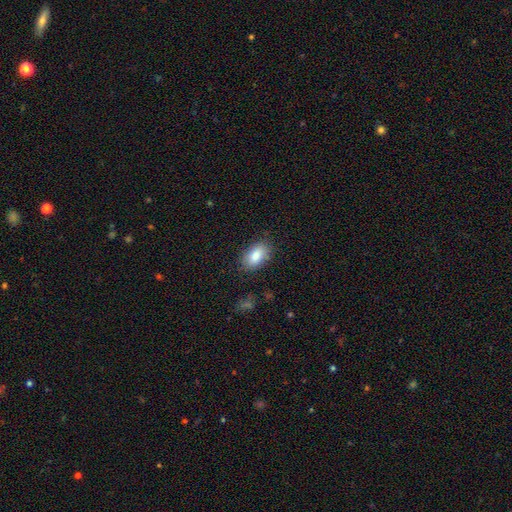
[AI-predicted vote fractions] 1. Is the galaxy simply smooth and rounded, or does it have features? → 83% smooth, 9% featured or disk, 7% star or artifact.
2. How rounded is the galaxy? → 91% in between, 7% round, 2% cigar-shaped.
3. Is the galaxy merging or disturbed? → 83% none, 12% minor disturbance, 3% major disturbance, 1% merger.